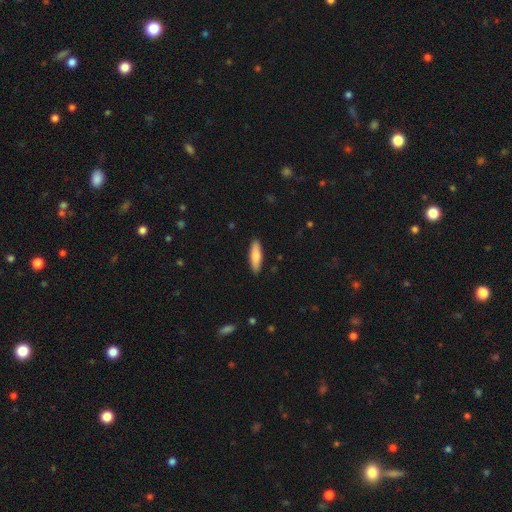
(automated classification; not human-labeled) Smooth or featured: smooth — 78% (featured or disk — 16%)
How rounded: cigar-shaped — 60% (in between — 39%)
Merging: none — 90% (minor disturbance — 8%)